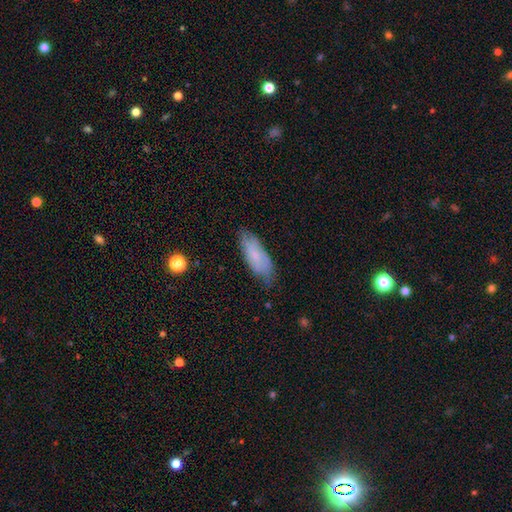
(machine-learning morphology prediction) smooth_or_featured: smooth (p=0.66) [alt: featured or disk p=0.27]
how_rounded: in between (p=0.69) [alt: cigar-shaped p=0.29]
merging: none (p=0.71) [alt: minor disturbance p=0.23]